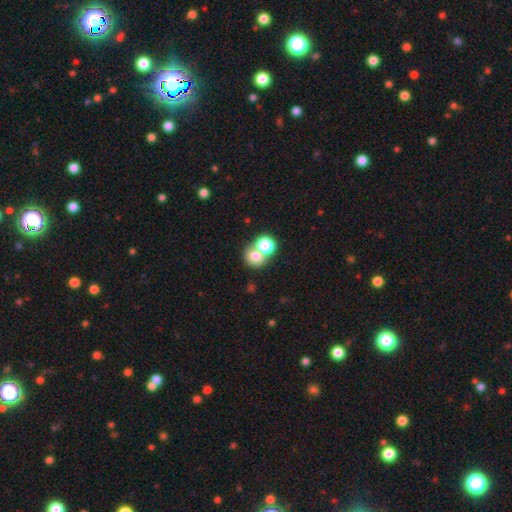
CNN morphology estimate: smooth_or_featured: smooth (p=0.72) [alt: star or artifact p=0.16]
how_rounded: round (p=0.71) [alt: in between p=0.28]
merging: merger (p=0.49) [alt: none p=0.40]